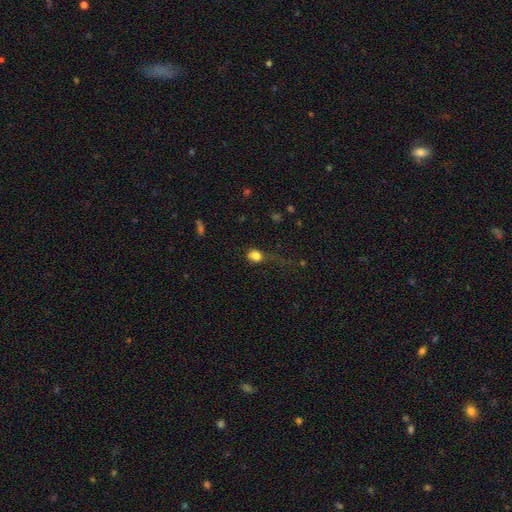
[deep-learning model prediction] smooth 82%, star or artifact 11%, featured or disk 7%. Down the decision tree: how rounded — round (51%); merging — none (41%).